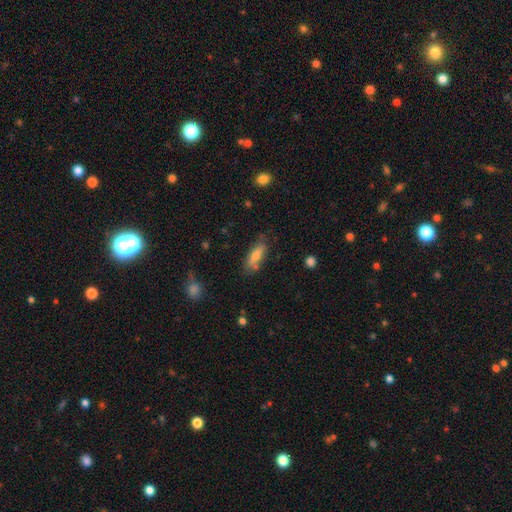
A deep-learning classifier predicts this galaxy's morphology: This appears to be a smooth galaxy with no disk features (69%) that is in between round and cigar-shaped (51%). Merging: none (70%).